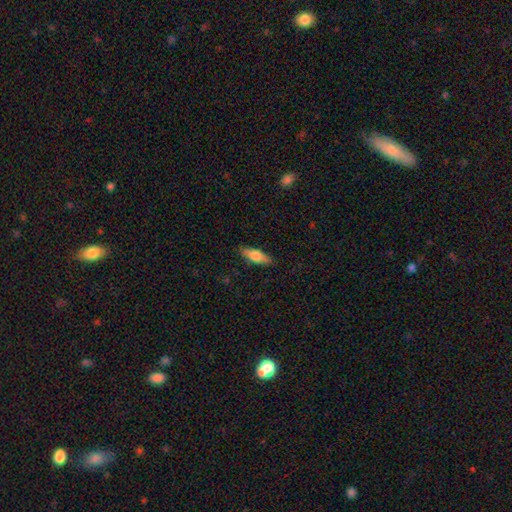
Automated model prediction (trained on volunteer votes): smooth_or_featured: smooth (p=0.67) [alt: featured or disk p=0.27]
how_rounded: in between (p=0.58) [alt: cigar-shaped p=0.39]
merging: none (p=0.86) [alt: minor disturbance p=0.10]